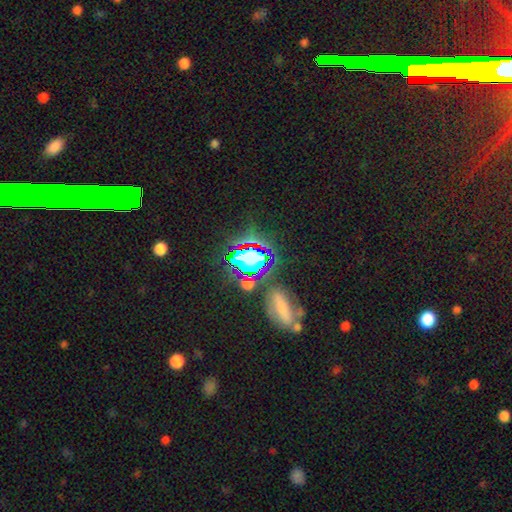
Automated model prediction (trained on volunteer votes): Smooth or featured? Predicted: star or artifact (p=0.62).